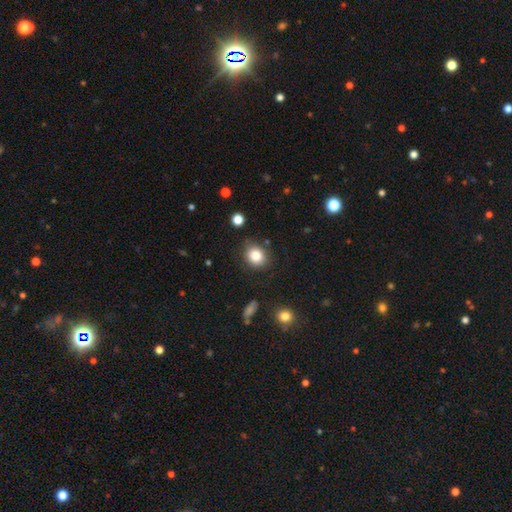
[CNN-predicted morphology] Q: Smooth or featured?
A: smooth (84%); runner-up: star or artifact (10%)
Q: How rounded?
A: round (71%); runner-up: in between (28%)
Q: Merging?
A: none (82%); runner-up: minor disturbance (12%)